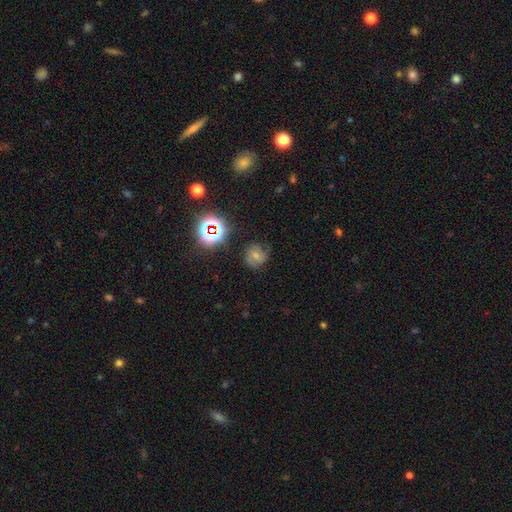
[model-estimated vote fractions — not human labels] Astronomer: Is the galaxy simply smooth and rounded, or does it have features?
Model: smooth — 43% (runner-up: featured or disk, 34%).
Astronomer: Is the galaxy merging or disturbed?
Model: none — 67%.